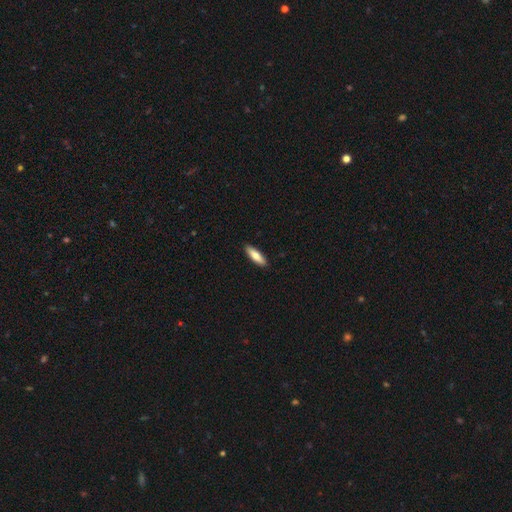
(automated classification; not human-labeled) This appears to be a smooth galaxy with no disk features (75%) that is cigar-shaped (56%). Merging: none (91%).